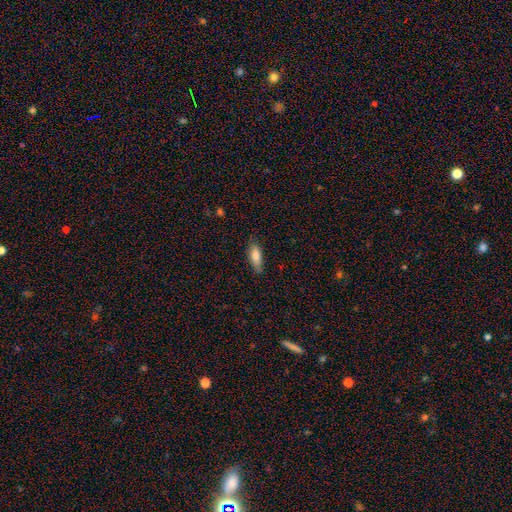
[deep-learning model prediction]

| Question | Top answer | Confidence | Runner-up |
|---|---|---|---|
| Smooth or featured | smooth | 81% | featured or disk (12%) |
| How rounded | in between | 69% | cigar-shaped (29%) |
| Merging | none | 77% | minor disturbance (18%) |